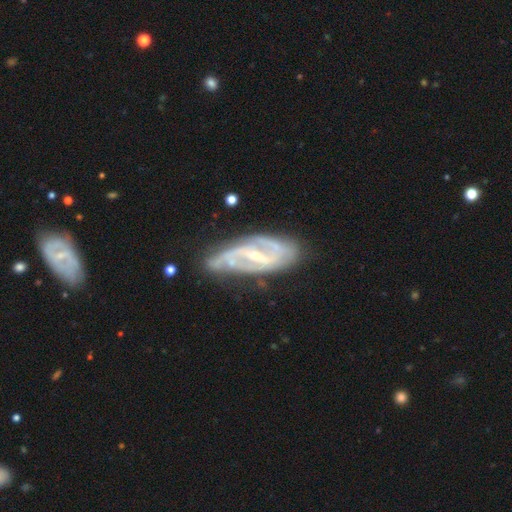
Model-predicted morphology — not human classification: Smooth or featured? Predicted: featured or disk (p=0.86). Edge-on disk? Predicted: no (p=0.91). Bar? Predicted: strong (p=0.51). Spiral arms? Predicted: yes (p=0.90). Spiral winding? Predicted: medium (p=0.44). Spiral arm count? Predicted: 2 (p=0.69). Bulge size? Predicted: small (p=0.65). Merging? Predicted: none (p=0.61).